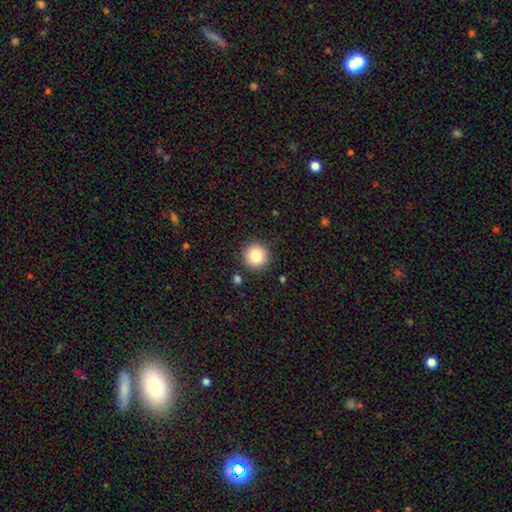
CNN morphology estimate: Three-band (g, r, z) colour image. It shows a smooth galaxy with no disk features (84%) that is round (95%). Merging: none (89%).